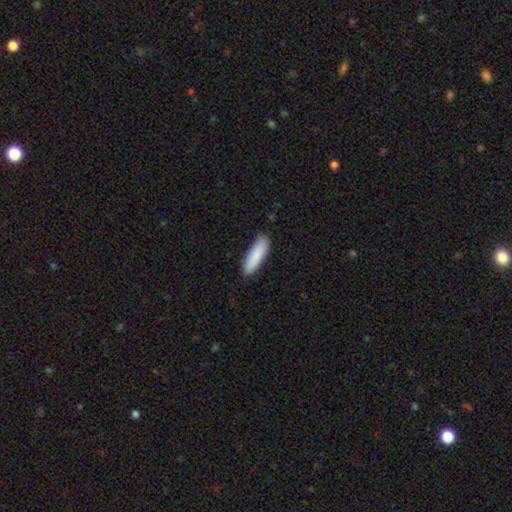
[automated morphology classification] Smooth or featured? Predicted: smooth (p=0.88). How rounded? Predicted: cigar-shaped (p=0.59). Merging? Predicted: none (p=0.88).